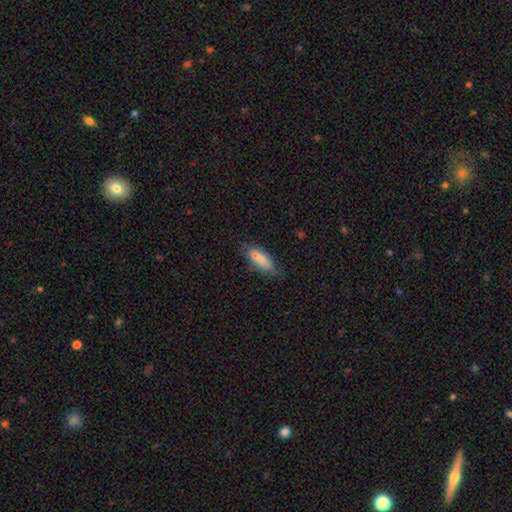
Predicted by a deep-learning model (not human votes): Q: Smooth or featured?
A: smooth (70%); runner-up: featured or disk (21%)
Q: How rounded?
A: in between (67%); runner-up: cigar-shaped (30%)
Q: Merging?
A: none (56%); runner-up: minor disturbance (23%)